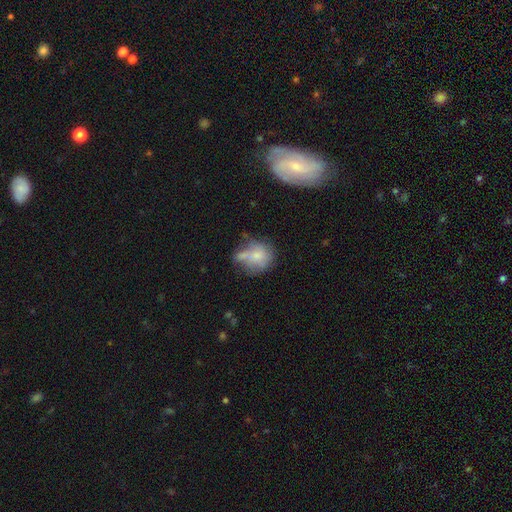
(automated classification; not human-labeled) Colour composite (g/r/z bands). It shows a smooth galaxy with no disk features (62%) that is round (62%). Merging: none (38%).